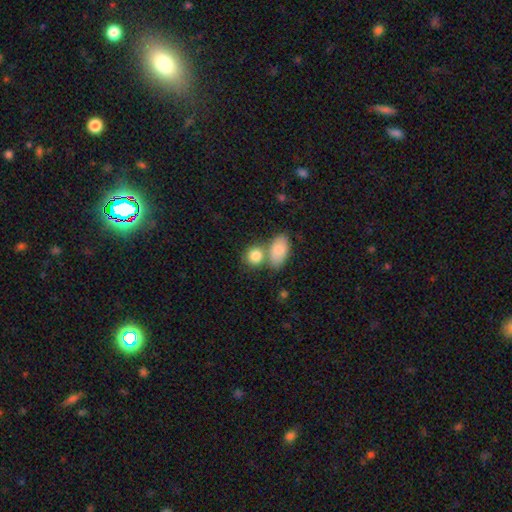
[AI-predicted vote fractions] This appears to be a smooth galaxy with no disk features (84%) that is round (57%). Merging: none (48%).